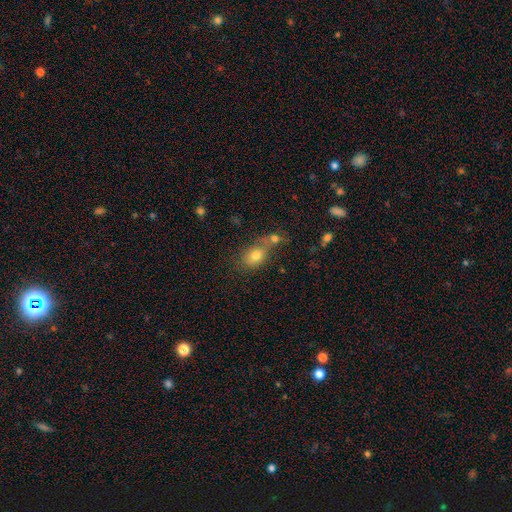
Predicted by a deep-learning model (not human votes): Morphology: type=smooth (77%); roundness=in between (67%); merging=merger (43%).